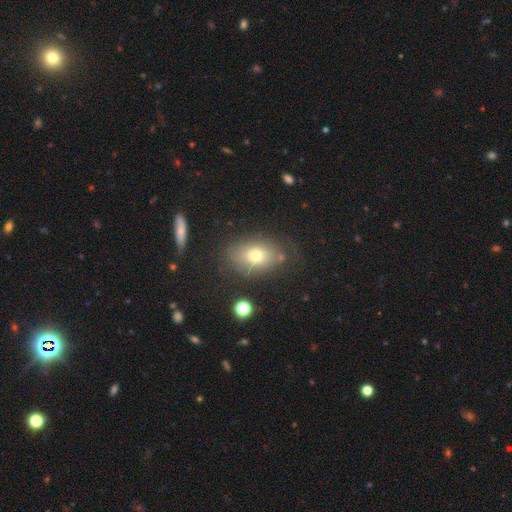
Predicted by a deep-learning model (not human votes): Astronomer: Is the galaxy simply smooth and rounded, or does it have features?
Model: smooth — 70%.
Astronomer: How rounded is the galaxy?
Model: in between — 77%.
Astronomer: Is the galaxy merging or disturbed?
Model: none — 72%.